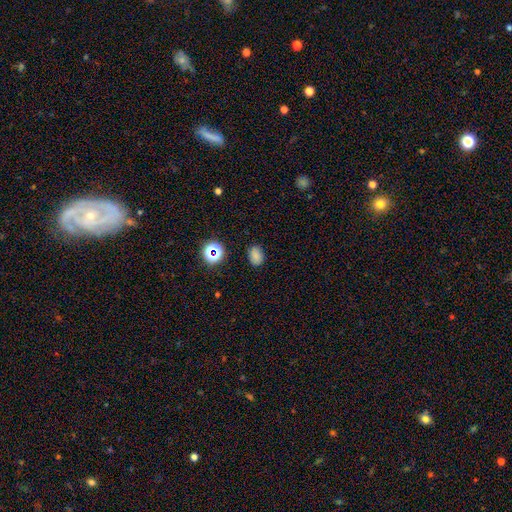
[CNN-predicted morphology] Smooth or featured? smooth (77%)
How rounded? in between (74%)
Merging? none (84%)